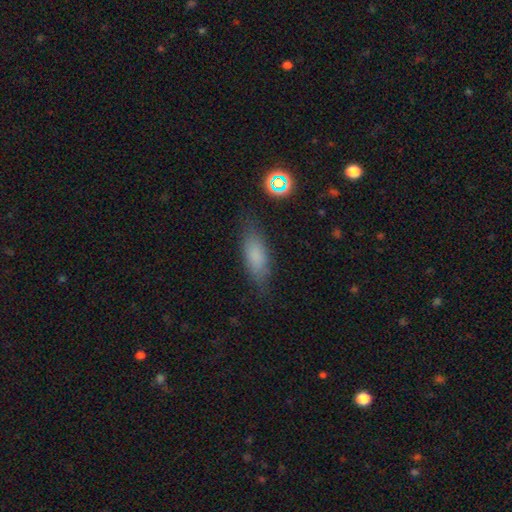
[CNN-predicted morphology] A smooth galaxy with no disk features (79%) that is in between round and cigar-shaped (66%).

Vote fractions:
- Smooth or featured? smooth: 79% / featured or disk: 11% / star or artifact: 10%
- How rounded? in between: 66% / cigar-shaped: 31% / round: 3%
- Merging? none: 77% / minor disturbance: 16% / major disturbance: 5% / merger: 2%